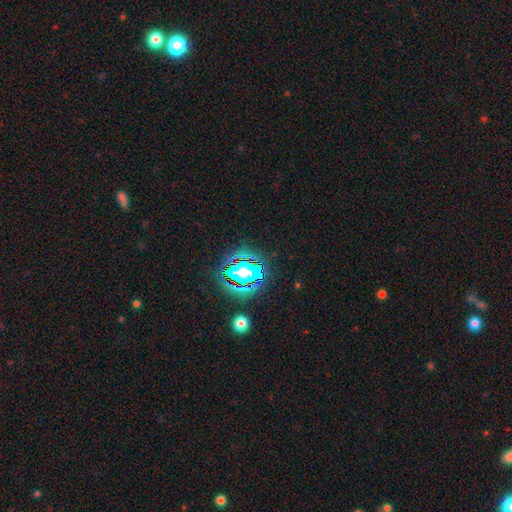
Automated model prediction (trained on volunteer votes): Morphology: type=star or artifact (82%).